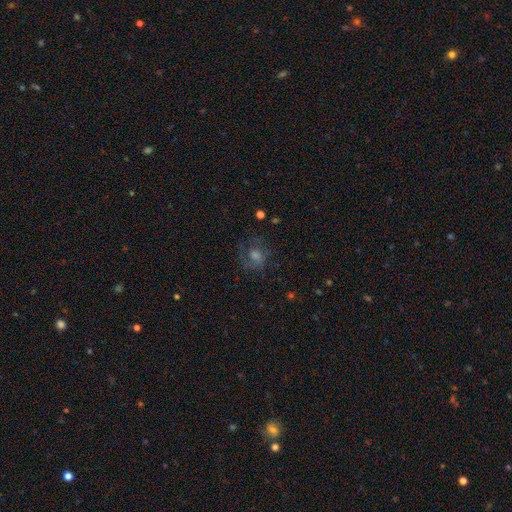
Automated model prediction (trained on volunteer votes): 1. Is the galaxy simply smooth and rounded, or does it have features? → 44% featured or disk, 33% smooth, 23% star or artifact.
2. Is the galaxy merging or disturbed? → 68% none, 17% minor disturbance, 14% major disturbance, 2% merger.